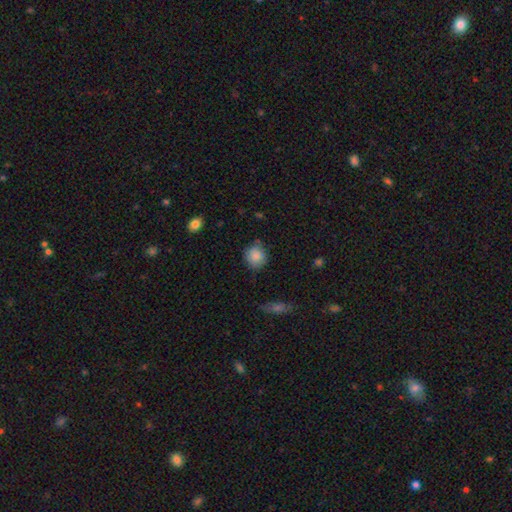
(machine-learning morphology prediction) Smooth or featured? Predicted: smooth (p=0.86). How rounded? Predicted: round (p=0.81). Merging? Predicted: none (p=0.74).